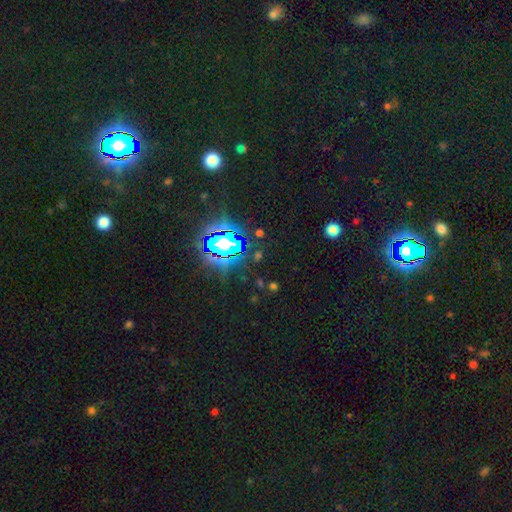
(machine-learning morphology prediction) type=star or artifact (75%).